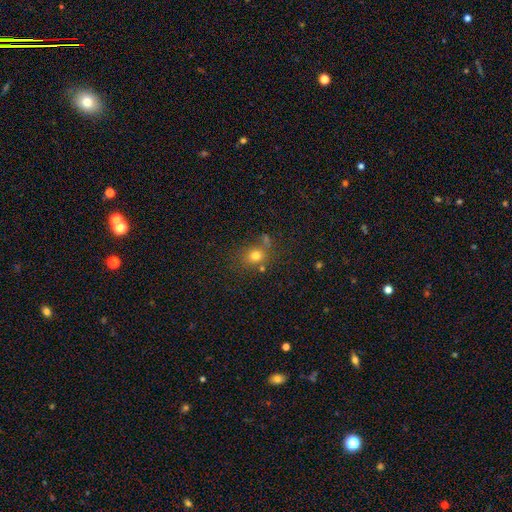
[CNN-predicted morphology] type=smooth (74%); roundness=round (71%); merging=none (64%).